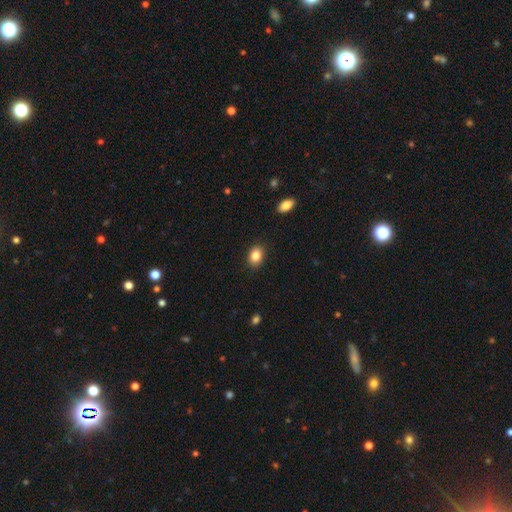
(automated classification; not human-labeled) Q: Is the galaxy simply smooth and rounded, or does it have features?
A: smooth — 85%.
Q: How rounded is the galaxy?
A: in between — 66%.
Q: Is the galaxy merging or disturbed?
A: none — 87%.